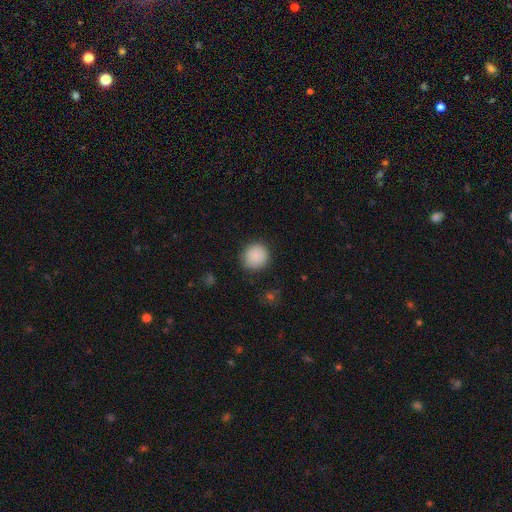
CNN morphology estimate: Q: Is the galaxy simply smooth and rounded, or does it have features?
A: smooth — 89%.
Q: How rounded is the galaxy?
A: round — 88%.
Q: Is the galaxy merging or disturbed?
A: none — 87%.